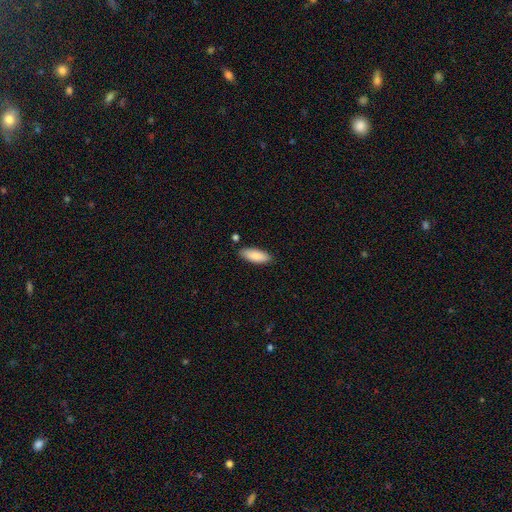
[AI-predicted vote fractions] Overall: smooth (87%). How rounded: in between (74%). Merging: none (84%).